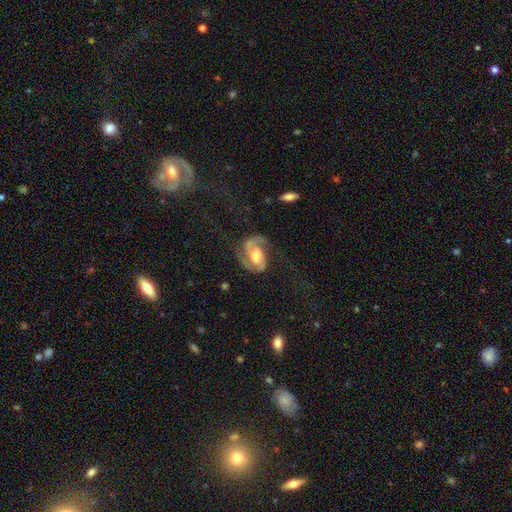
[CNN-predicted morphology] A featured or disk galaxy (84%) with no bar (44%), 2 (84%) medium (50%) spiral arms (96%) and a moderate central bulge (57%). Merging: none (56%).